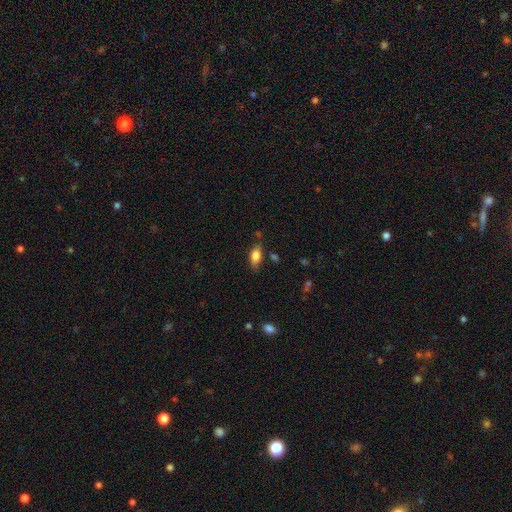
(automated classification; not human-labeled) This is likely a smooth galaxy (79%). How rounded: clearly in between (83%). Merging: likely none (73%).